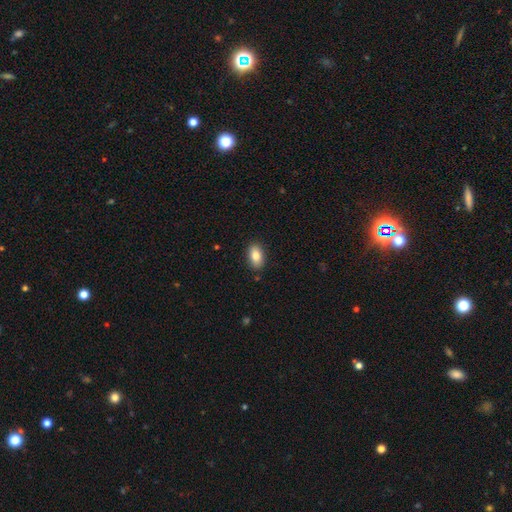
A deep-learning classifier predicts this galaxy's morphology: type=smooth (83%); roundness=in between (90%); merging=none (88%).